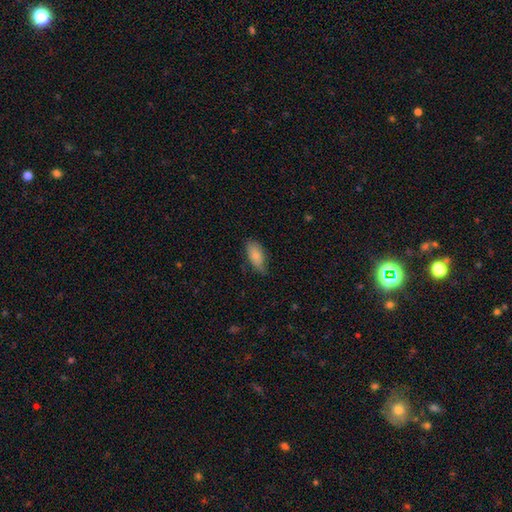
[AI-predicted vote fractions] A smooth galaxy with no disk features (83%) that is in between round and cigar-shaped (88%). Merging: none (64%).